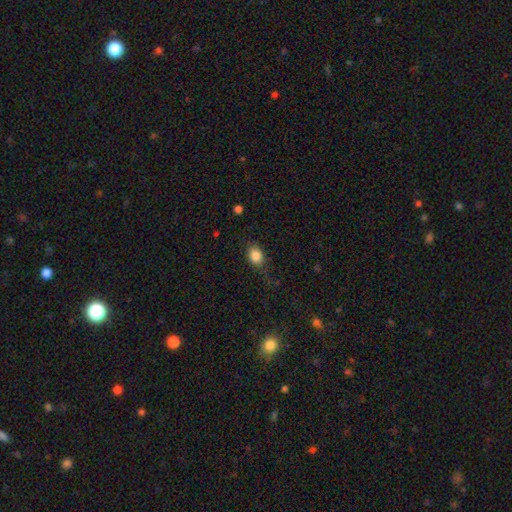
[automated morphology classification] Smooth or featured? Predicted: smooth (p=0.84). How rounded? Predicted: in between (p=0.58). Merging? Predicted: none (p=0.70).